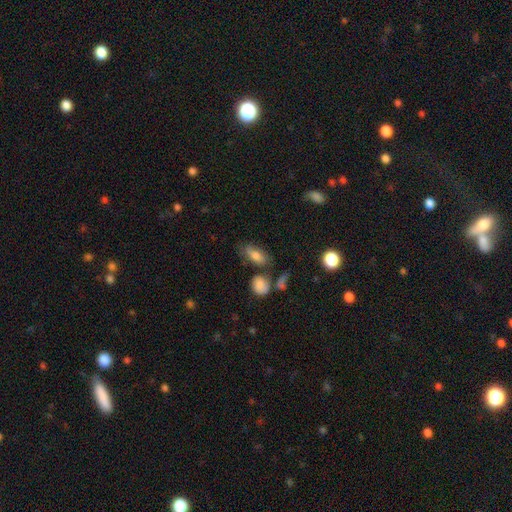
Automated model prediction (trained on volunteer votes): Q: Smooth or featured?
A: smooth (71%); runner-up: featured or disk (20%)
Q: How rounded?
A: in between (82%); runner-up: cigar-shaped (12%)
Q: Merging?
A: none (58%); runner-up: minor disturbance (22%)